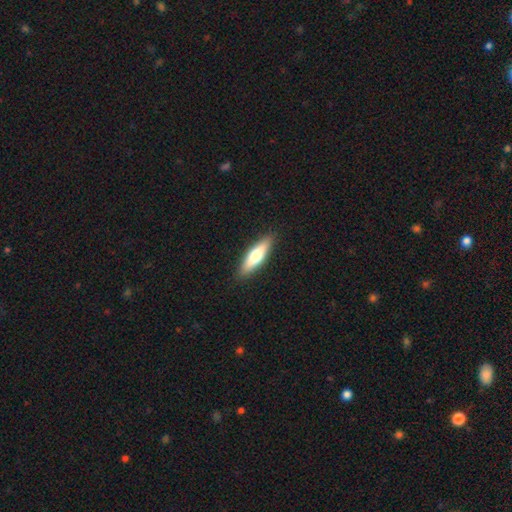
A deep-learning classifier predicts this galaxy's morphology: smooth-or-featured: smooth: 59% | featured or disk: 36% | star or artifact: 5%
  how-rounded: cigar-shaped: 65% | in between: 33% | round: 2%
  merging: none: 89% | minor disturbance: 8% | major disturbance: 2% | merger: 1%